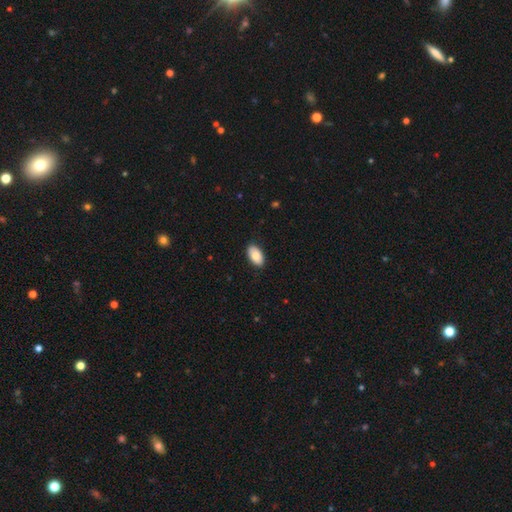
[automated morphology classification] The model was most divided on "smooth or featured": smooth: 82%, featured or disk: 12%, star or artifact: 6%. More confident: how rounded — in between (94%); merging — none (87%).